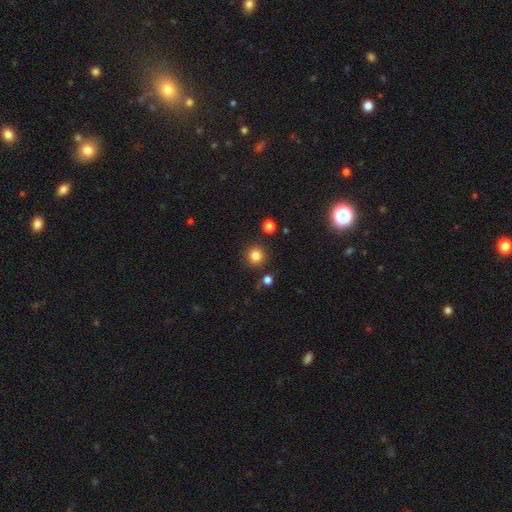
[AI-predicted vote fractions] Smooth or featured? smooth (83%)
How rounded? round (93%)
Merging? none (88%)